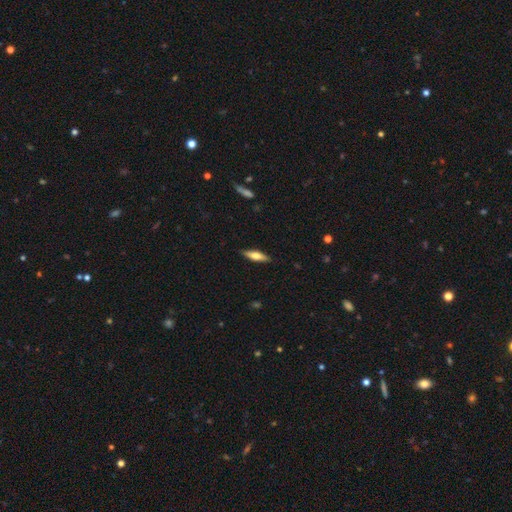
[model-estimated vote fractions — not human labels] smooth 59%, featured or disk 35%, star or artifact 6%. Down the decision tree: how rounded — cigar-shaped (57%); merging — none (87%).